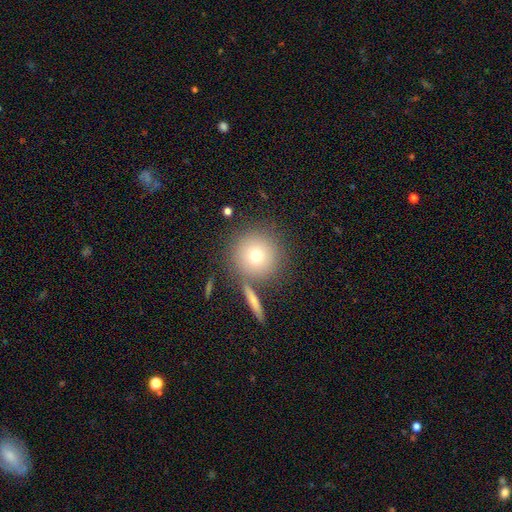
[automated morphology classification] A smooth galaxy with no disk features (72%) that is round (94%). Merging: none (78%).